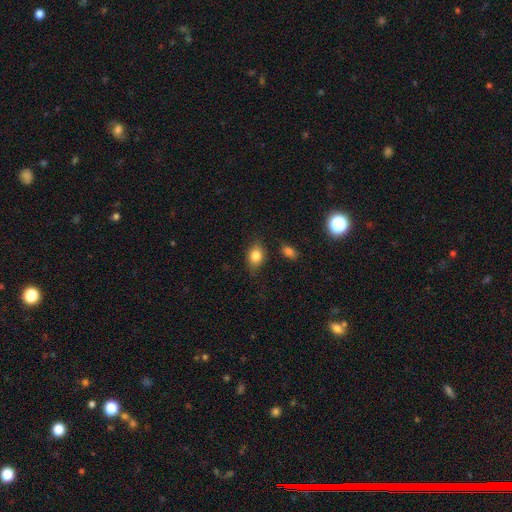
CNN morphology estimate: The model was most divided on "how rounded": in between: 69%, round: 29%, cigar-shaped: 2%. More confident: smooth or featured — smooth (82%); merging — none (74%).